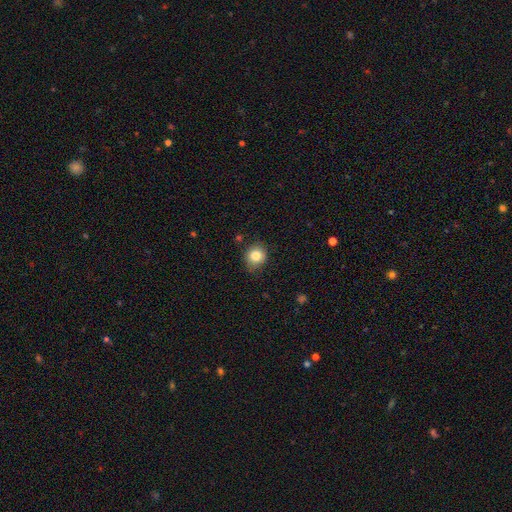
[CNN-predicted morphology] Smooth or featured: smooth — 82% (star or artifact — 11%)
How rounded: round — 82% (in between — 17%)
Merging: none — 80% (minor disturbance — 16%)